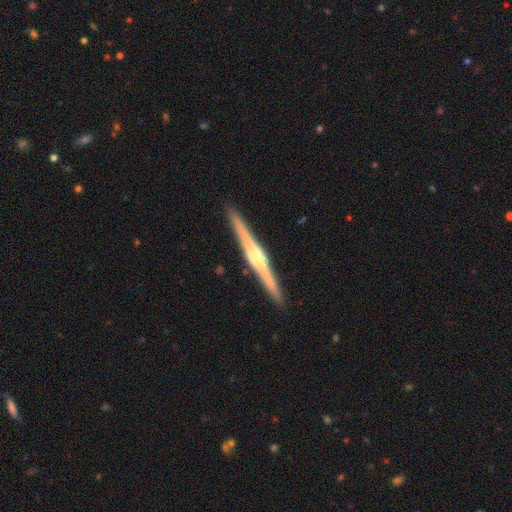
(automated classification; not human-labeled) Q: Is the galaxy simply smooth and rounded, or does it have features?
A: featured or disk — 81%.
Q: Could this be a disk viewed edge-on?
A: yes — 98%.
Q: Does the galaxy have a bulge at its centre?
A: rounded — 65%.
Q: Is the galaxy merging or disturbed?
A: none — 92%.